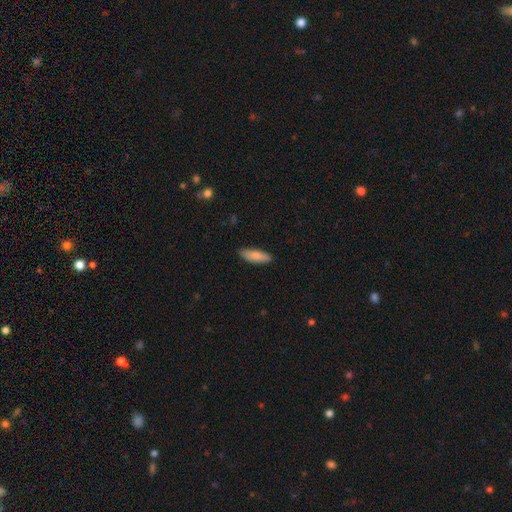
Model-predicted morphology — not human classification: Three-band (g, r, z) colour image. It shows a smooth galaxy with no disk features (85%) that is in between round and cigar-shaped (50%). Merging: none (88%).